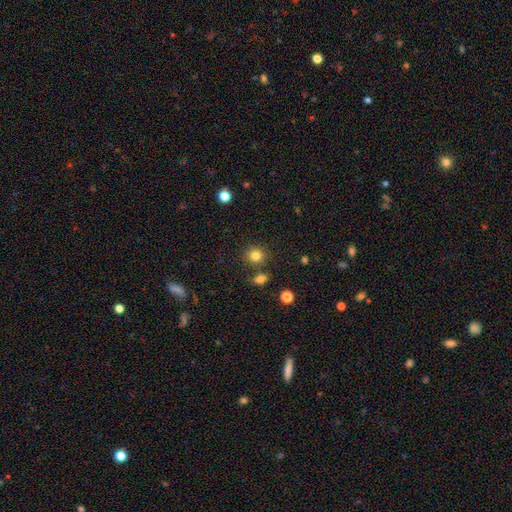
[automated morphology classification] Smooth or featured?
  - smooth: 82% *
  - star or artifact: 12%
  - featured or disk: 6%
How rounded?
  - round: 85% *
  - in between: 14%
  - cigar-shaped: 1%
Merging?
  - none: 78% *
  - merger: 10%
  - minor disturbance: 9%
  - major disturbance: 3%